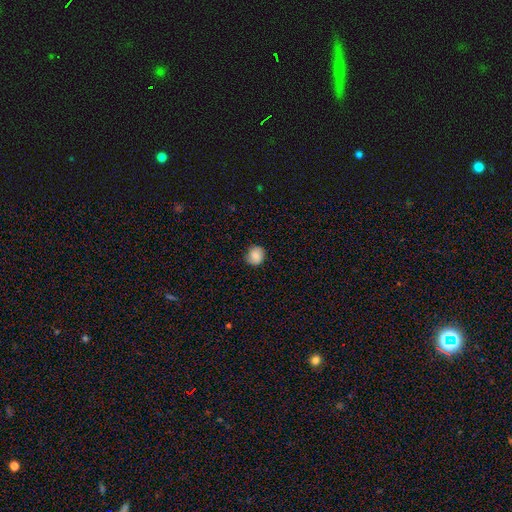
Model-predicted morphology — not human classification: This is clearly a smooth galaxy (82%). How rounded: clearly round (83%). Merging: clearly none (82%).